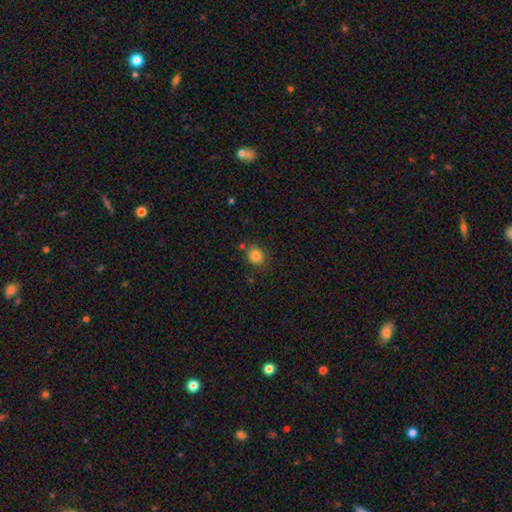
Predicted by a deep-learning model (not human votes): A smooth galaxy with no disk features (84%) that is round (61%).

Vote fractions:
- Smooth or featured? smooth: 84% / star or artifact: 11% / featured or disk: 5%
- How rounded? round: 61% / in between: 38% / cigar-shaped: 1%
- Merging? none: 79% / minor disturbance: 12% / merger: 6% / major disturbance: 3%